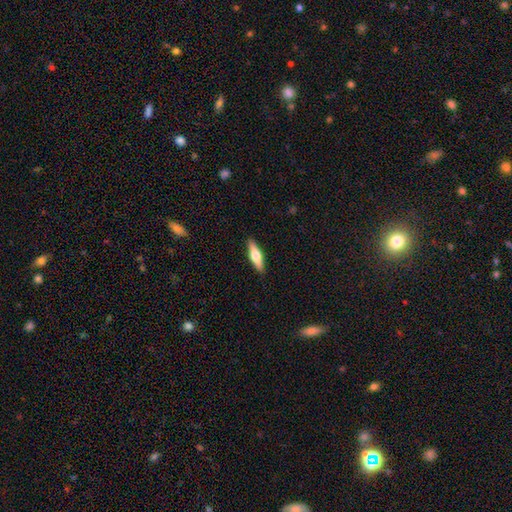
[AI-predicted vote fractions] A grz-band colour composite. It shows a smooth galaxy with no disk features (49%). Merging: none (91%).